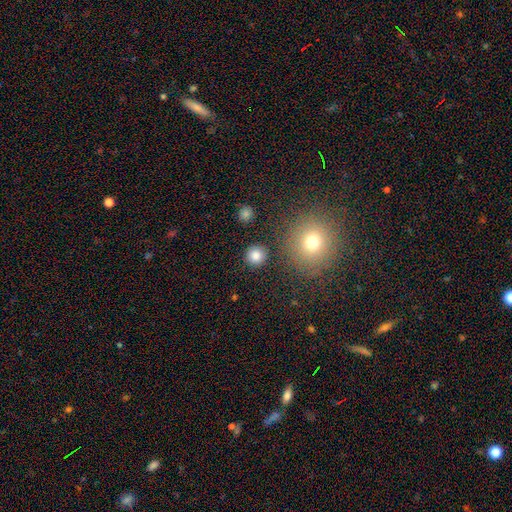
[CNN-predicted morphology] smooth_or_featured: smooth (p=0.83) [alt: star or artifact p=0.12]
how_rounded: round (p=0.93) [alt: in between p=0.06]
merging: none (p=0.89) [alt: minor disturbance p=0.06]